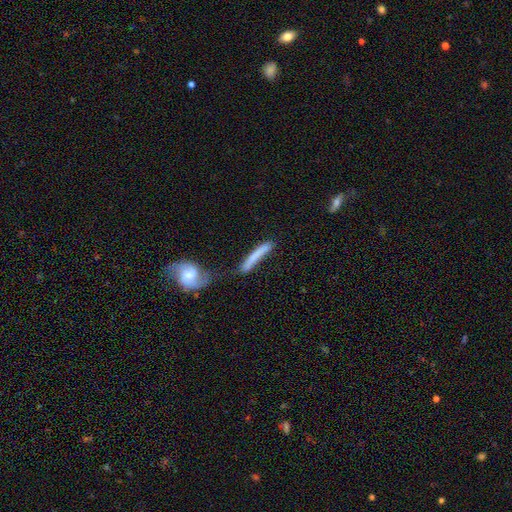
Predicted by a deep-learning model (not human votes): Smooth or featured?
  - smooth: 58% *
  - featured or disk: 35%
  - star or artifact: 7%
How rounded?
  - cigar-shaped: 91% *
  - in between: 7%
  - round: 2%
Merging?
  - none: 40% *
  - merger: 26%
  - minor disturbance: 21%
  - major disturbance: 13%